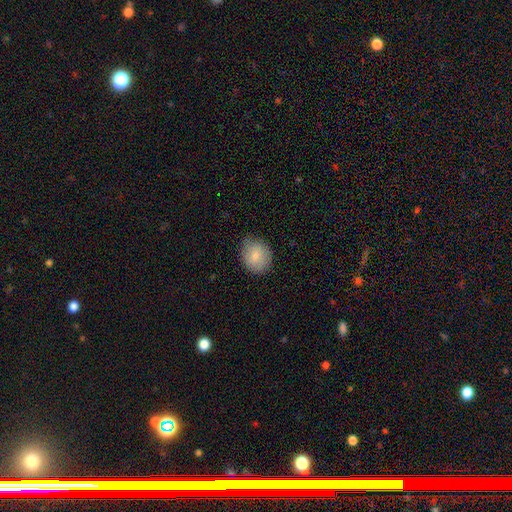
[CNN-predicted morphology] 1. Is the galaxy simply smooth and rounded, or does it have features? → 82% smooth, 11% featured or disk, 7% star or artifact.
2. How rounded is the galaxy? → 67% round, 32% in between, 1% cigar-shaped.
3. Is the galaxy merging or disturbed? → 77% none, 19% minor disturbance, 4% major disturbance, 1% merger.